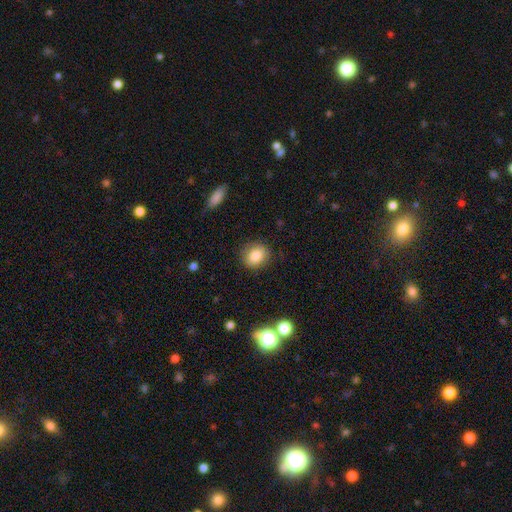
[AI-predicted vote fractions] This appears to be a smooth galaxy with no disk features (83%) that is round (66%). Merging: none (85%).